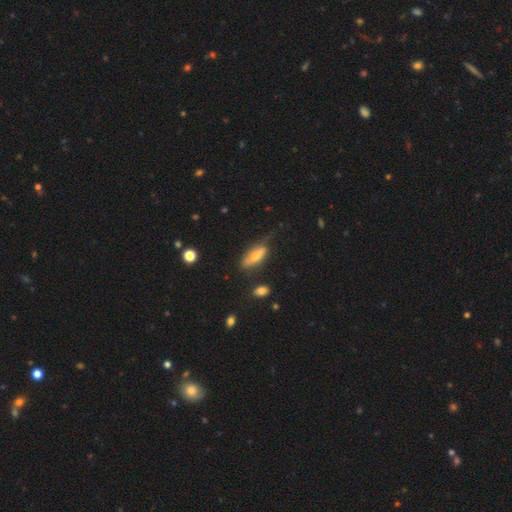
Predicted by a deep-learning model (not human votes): Smooth or featured: smooth — 60% (featured or disk — 33%)
How rounded: in between — 67% (cigar-shaped — 31%)
Merging: none — 49% (minor disturbance — 30%)